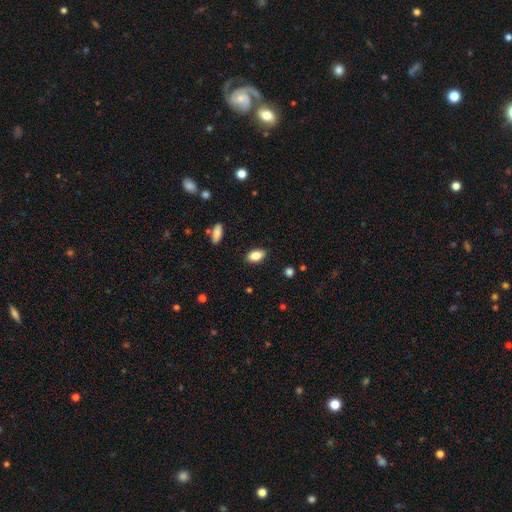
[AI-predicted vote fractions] A smooth galaxy with no disk features (84%) that is in between round and cigar-shaped (90%). Merging: none (87%).